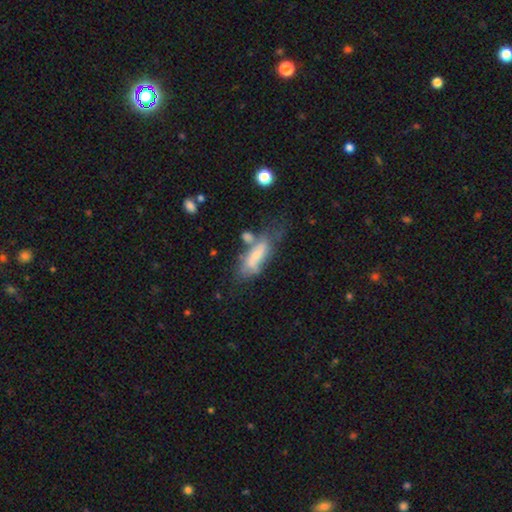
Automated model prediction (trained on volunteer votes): Q: Smooth or featured?
A: smooth (54%); runner-up: featured or disk (38%)
Q: How rounded?
A: in between (66%); runner-up: cigar-shaped (31%)
Q: Merging?
A: none (32%); runner-up: minor disturbance (25%)